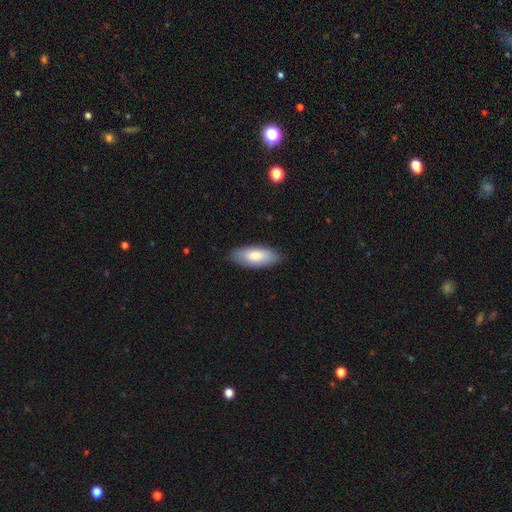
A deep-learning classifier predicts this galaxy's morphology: smooth-or-featured: smooth: 80% | featured or disk: 15% | star or artifact: 5%
  how-rounded: in between: 84% | cigar-shaped: 14% | round: 2%
  merging: none: 85% | minor disturbance: 12% | major disturbance: 2% | merger: 1%